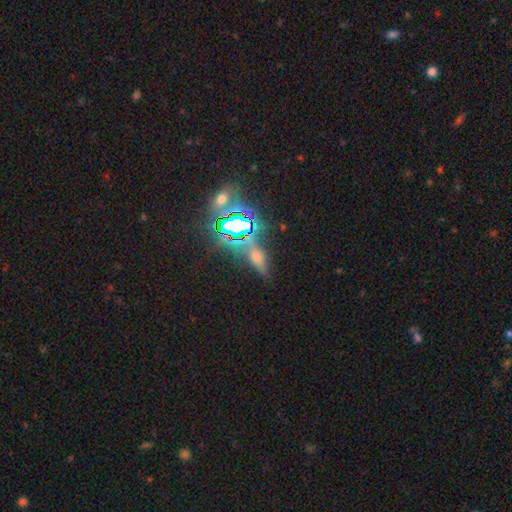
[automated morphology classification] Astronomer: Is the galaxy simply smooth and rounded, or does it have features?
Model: star or artifact — 53%.